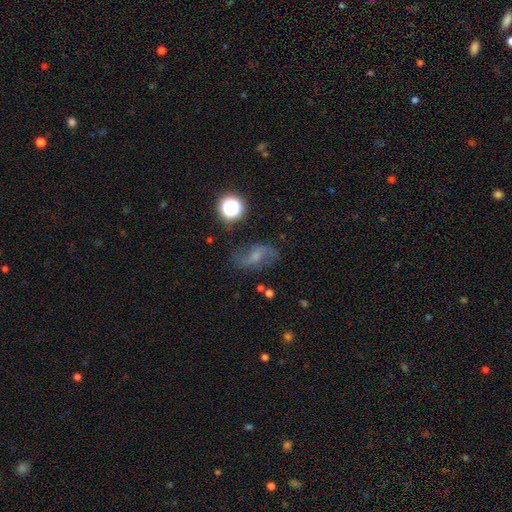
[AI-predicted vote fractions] The model was most divided on "bar": weak: 47%, no: 33%, strong: 20%. Remaining: edge-on disk — no (95%); spiral arms — yes (88%); spiral arm count — 2 (87%); merging — none (71%); spiral winding — loose (65%); smooth or featured — featured or disk (61%); bulge size — small (47%).